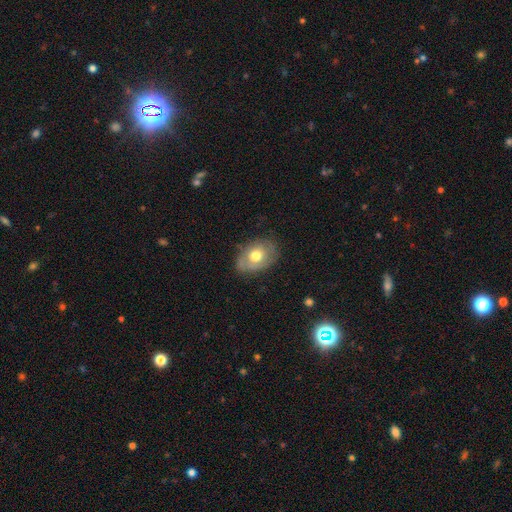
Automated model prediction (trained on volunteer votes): A smooth galaxy with no disk features (58%) that is in between round and cigar-shaped (74%).

Vote fractions:
- Smooth or featured? smooth: 58% / featured or disk: 35% / star or artifact: 8%
- How rounded? in between: 74% / round: 25% / cigar-shaped: 1%
- Merging? none: 68% / minor disturbance: 24% / major disturbance: 6% / merger: 2%